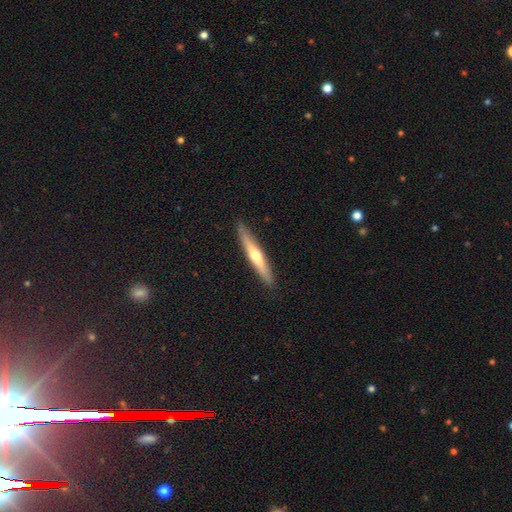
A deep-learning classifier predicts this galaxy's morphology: This is possibly a featured or disk galaxy (53%). It is clearly viewed edge-on (94%). Edge-on bulge: clearly rounded (82%). Merging: clearly none (89%).